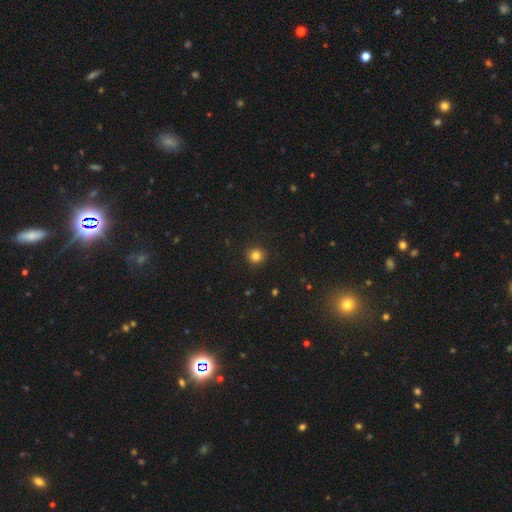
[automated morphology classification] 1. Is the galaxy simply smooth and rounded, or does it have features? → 83% smooth, 13% star or artifact, 5% featured or disk.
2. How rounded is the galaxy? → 93% round, 7% in between, 1% cigar-shaped.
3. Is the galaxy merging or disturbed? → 92% none, 5% minor disturbance, 2% major disturbance, 1% merger.